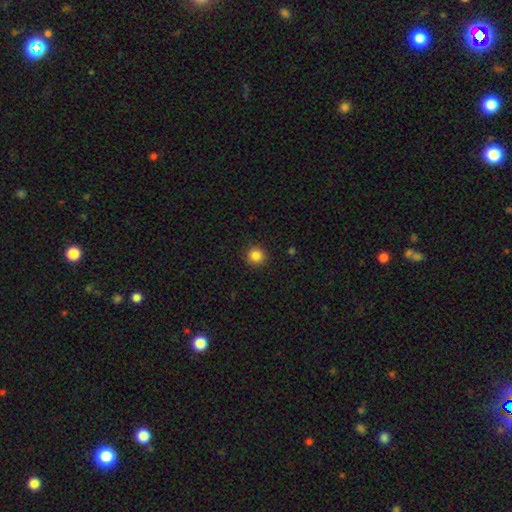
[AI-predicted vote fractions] smooth_or_featured: smooth (p=0.85) [alt: star or artifact p=0.11]
how_rounded: round (p=0.93) [alt: in between p=0.06]
merging: none (p=0.91) [alt: minor disturbance p=0.06]